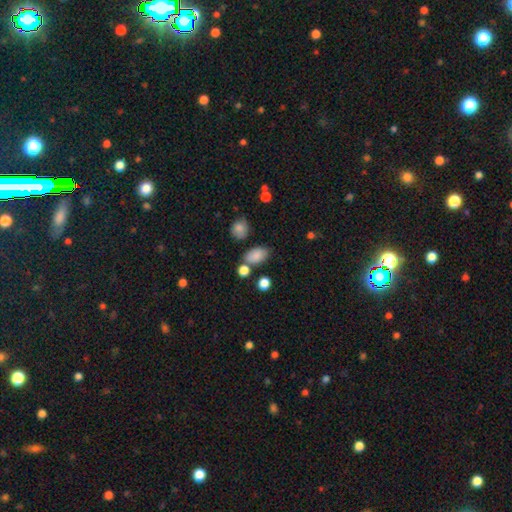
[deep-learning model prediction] A smooth galaxy with no disk features (83%) that is in between round and cigar-shaped (85%). Merging: none (69%).